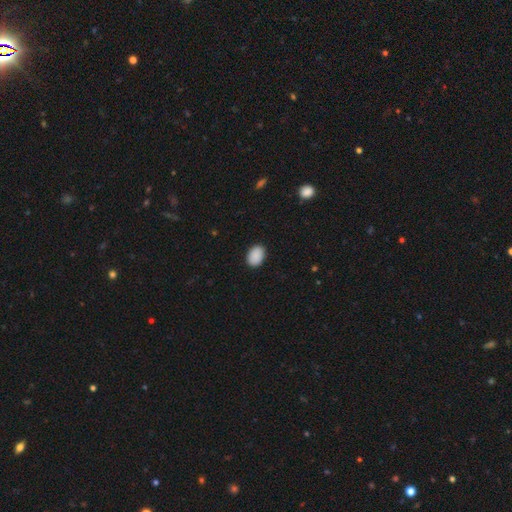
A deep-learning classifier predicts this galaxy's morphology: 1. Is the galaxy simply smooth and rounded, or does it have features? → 90% smooth, 7% star or artifact, 3% featured or disk.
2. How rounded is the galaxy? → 80% in between, 19% round, 1% cigar-shaped.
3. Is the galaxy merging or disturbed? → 89% none, 8% minor disturbance, 2% major disturbance, 1% merger.